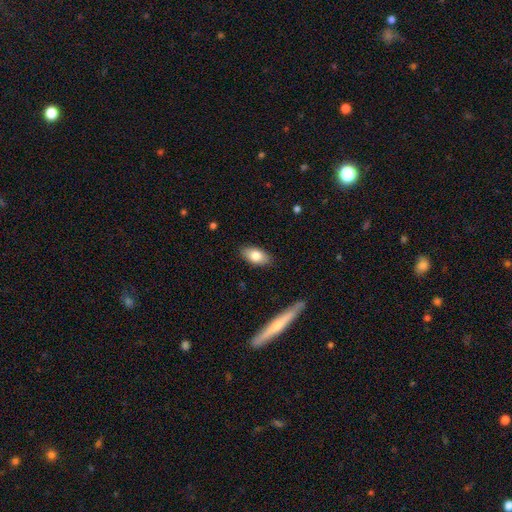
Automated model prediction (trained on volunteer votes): Smooth or featured: smooth — 79% (featured or disk — 14%)
How rounded: in between — 91% (cigar-shaped — 5%)
Merging: none — 87% (minor disturbance — 10%)